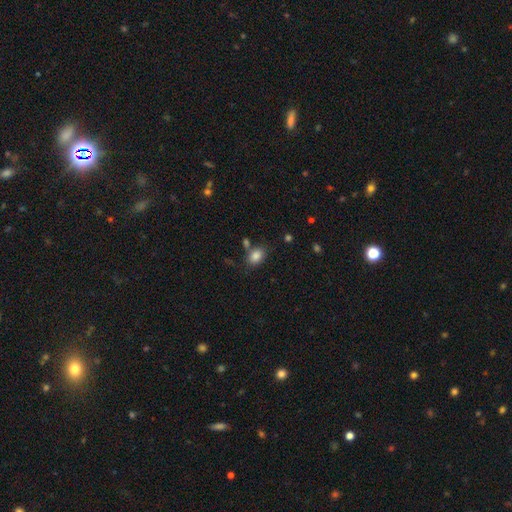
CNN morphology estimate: Smooth or featured: smooth — 84% (star or artifact — 10%)
How rounded: in between — 74% (round — 24%)
Merging: none — 70% (minor disturbance — 14%)